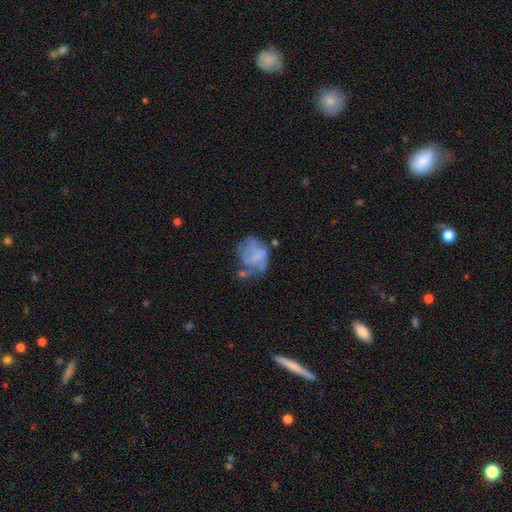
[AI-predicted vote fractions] This is possibly a featured or disk galaxy (50%). Merging: marginally none (33%).